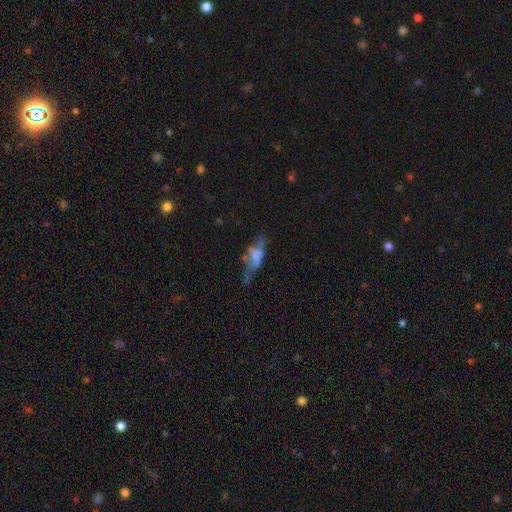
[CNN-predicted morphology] smooth_or_featured: smooth (p=0.47) [alt: featured or disk p=0.41]
merging: major disturbance (p=0.34) [alt: none p=0.31]